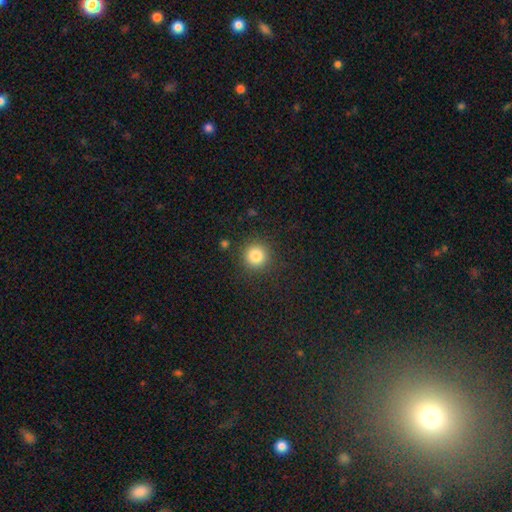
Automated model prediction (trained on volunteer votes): Smooth or featured? smooth (83%)
How rounded? round (94%)
Merging? none (89%)